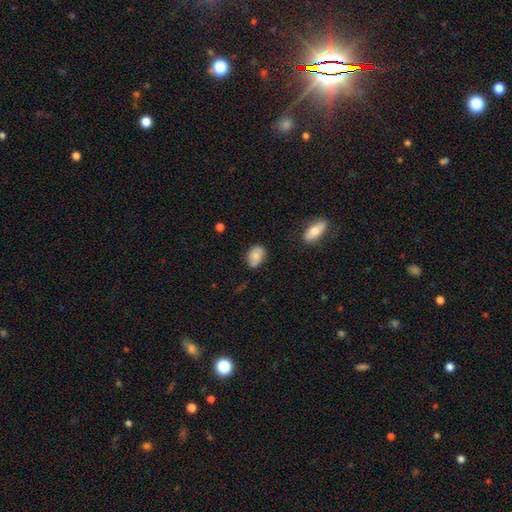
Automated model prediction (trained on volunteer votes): A smooth galaxy with no disk features (74%) that is in between round and cigar-shaped (79%).

Vote fractions:
- Smooth or featured? smooth: 74% / featured or disk: 18% / star or artifact: 8%
- How rounded? in between: 79% / round: 20% / cigar-shaped: 1%
- Merging? none: 68% / minor disturbance: 23% / major disturbance: 4% / merger: 4%